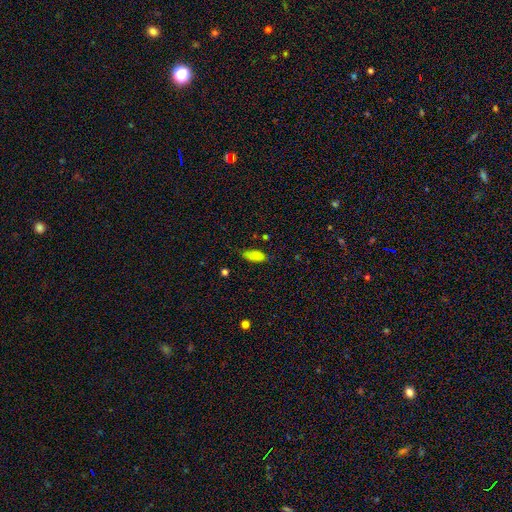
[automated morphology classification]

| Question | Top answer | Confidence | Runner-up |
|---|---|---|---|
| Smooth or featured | smooth | 85% | star or artifact (9%) |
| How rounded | in between | 79% | cigar-shaped (18%) |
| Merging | none | 69% | minor disturbance (24%) |